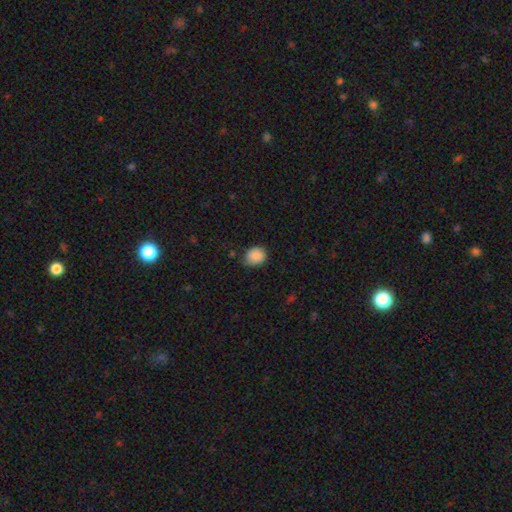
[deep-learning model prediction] smooth 88%, star or artifact 8%, featured or disk 4%. Down the decision tree: how rounded — round (66%); merging — none (67%).